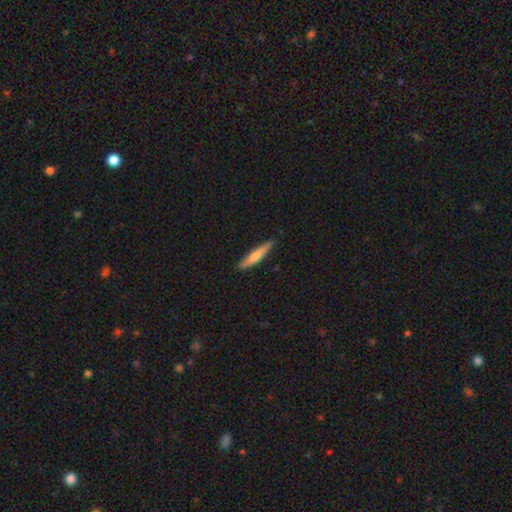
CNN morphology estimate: type=smooth (66%); roundness=cigar-shaped (91%); merging=none (88%).